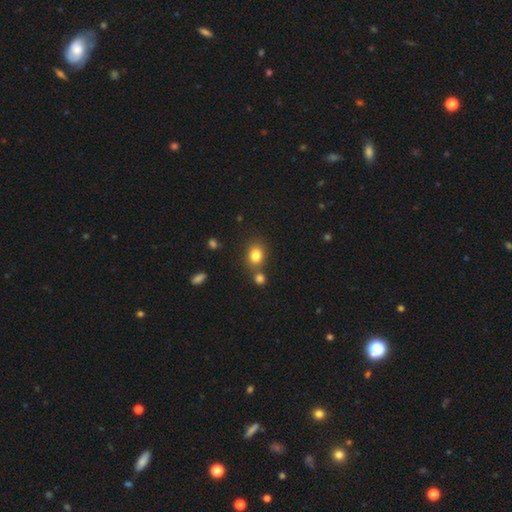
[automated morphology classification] smooth_or_featured: smooth (p=0.81) [alt: star or artifact p=0.12]
how_rounded: round (p=0.60) [alt: in between p=0.39]
merging: none (p=0.67) [alt: merger p=0.19]